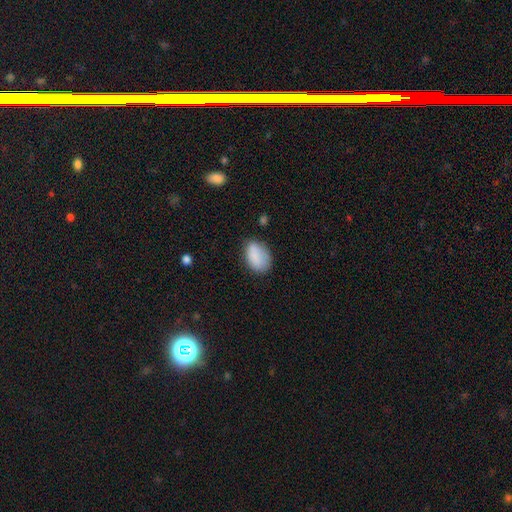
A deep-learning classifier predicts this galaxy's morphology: Overall: smooth (86%). How rounded: in between (86%). Merging: none (69%).